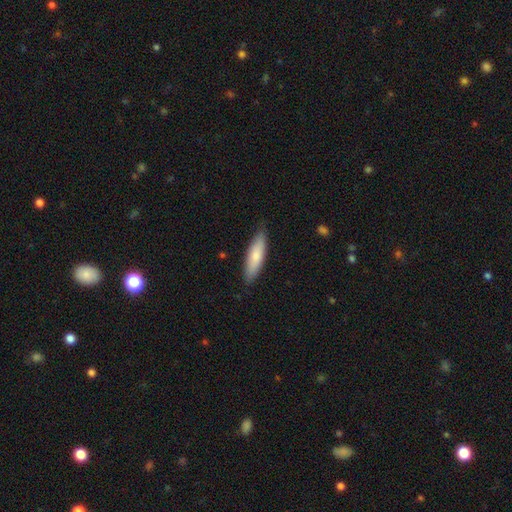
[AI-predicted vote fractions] A smooth galaxy with no disk features (77%) that is cigar-shaped (63%).

Vote fractions:
- Smooth or featured? smooth: 77% / featured or disk: 18% / star or artifact: 5%
- How rounded? cigar-shaped: 63% / in between: 36% / round: 1%
- Merging? none: 84% / minor disturbance: 13% / major disturbance: 2% / merger: 1%